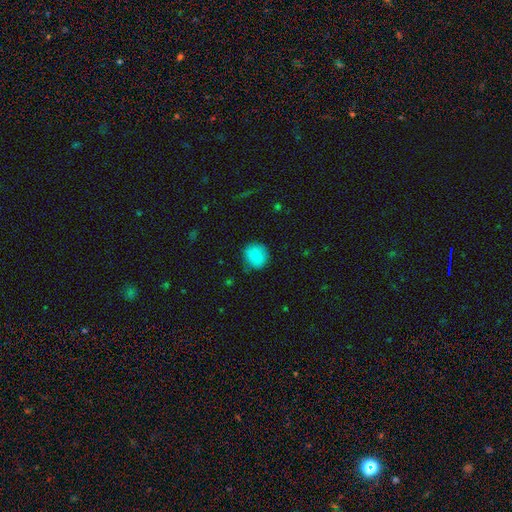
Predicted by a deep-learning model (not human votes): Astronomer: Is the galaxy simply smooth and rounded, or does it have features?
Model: smooth — 87%.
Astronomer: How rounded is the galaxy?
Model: round — 85%.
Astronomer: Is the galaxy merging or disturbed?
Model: none — 83%.